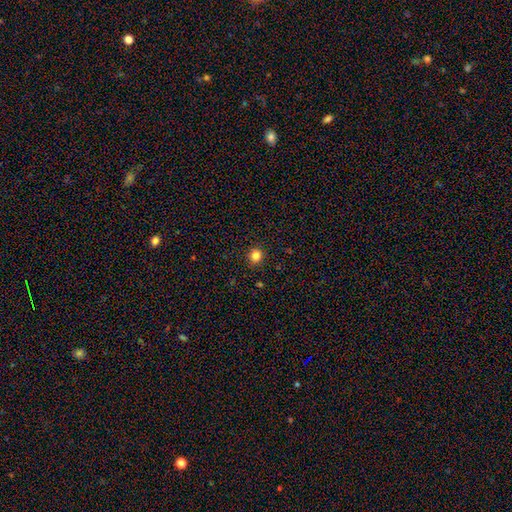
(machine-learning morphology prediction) Overall: smooth (83%). How rounded: round (91%). Merging: none (92%).